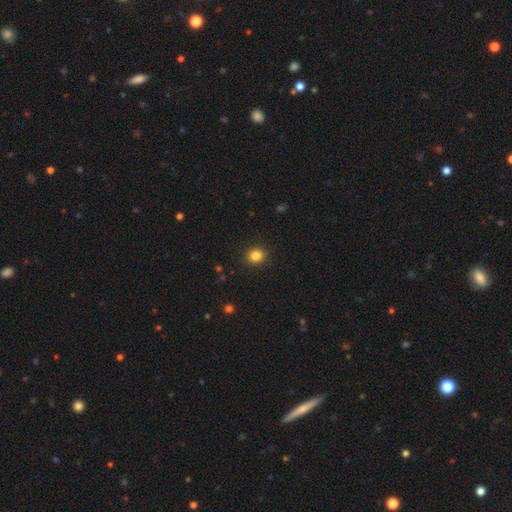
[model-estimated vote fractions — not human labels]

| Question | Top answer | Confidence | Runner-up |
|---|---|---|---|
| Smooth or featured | smooth | 84% | star or artifact (11%) |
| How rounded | round | 82% | in between (17%) |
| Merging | none | 90% | minor disturbance (6%) |